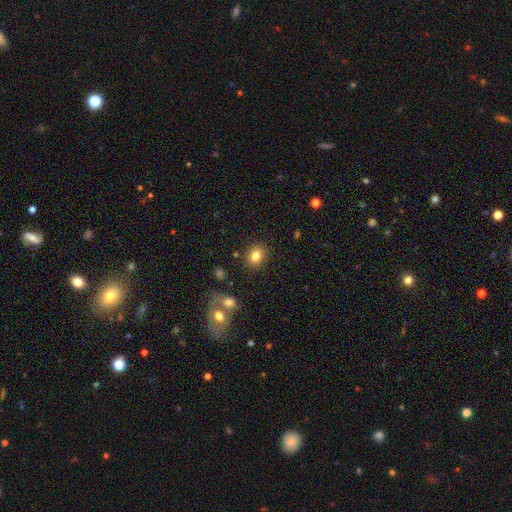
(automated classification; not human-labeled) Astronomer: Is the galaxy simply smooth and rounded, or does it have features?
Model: smooth — 81%.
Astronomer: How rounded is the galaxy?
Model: round — 61% (runner-up: in between, 38%).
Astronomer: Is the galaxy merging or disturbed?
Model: none — 85%.